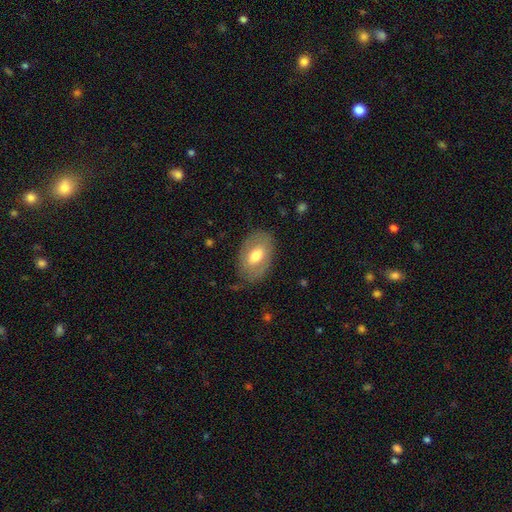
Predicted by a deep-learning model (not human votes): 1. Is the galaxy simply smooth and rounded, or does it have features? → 59% smooth, 35% featured or disk, 6% star or artifact.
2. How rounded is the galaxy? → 88% in between, 11% round, 1% cigar-shaped.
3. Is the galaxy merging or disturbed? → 75% none, 18% minor disturbance, 6% major disturbance, 1% merger.